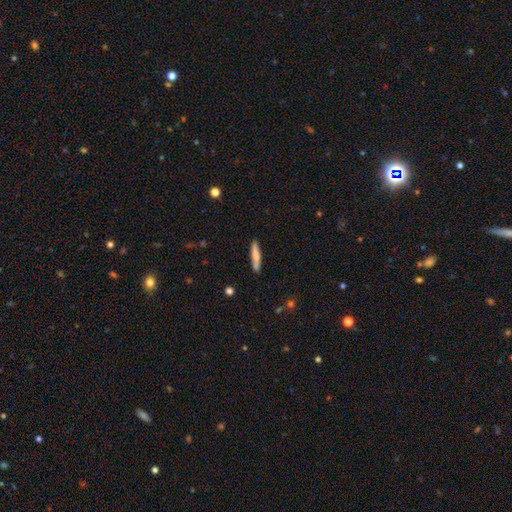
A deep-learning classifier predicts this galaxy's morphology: smooth 74%, featured or disk 20%, star or artifact 6%. Down the decision tree: how rounded — cigar-shaped (91%); merging — none (81%).